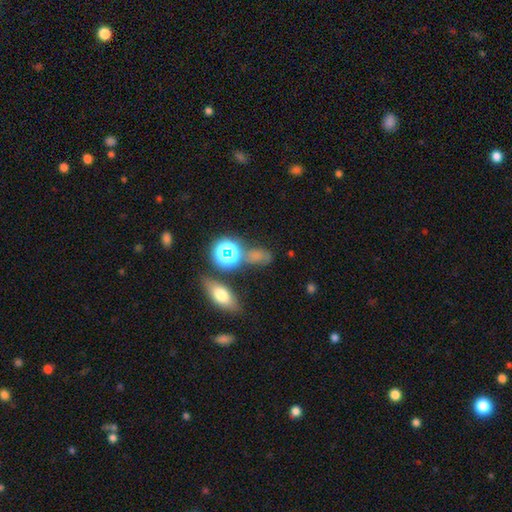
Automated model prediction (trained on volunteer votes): smooth 53%, star or artifact 34%, featured or disk 13%. Down the decision tree: how rounded — in between (60%); merging — none (57%).